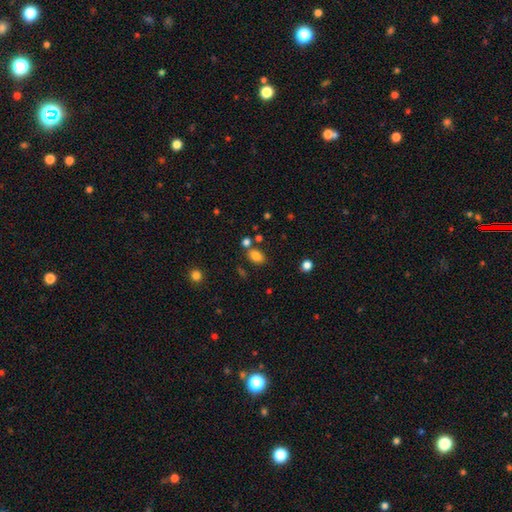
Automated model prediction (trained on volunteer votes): This is clearly a smooth galaxy (82%). How rounded: clearly in between (82%). Merging: likely none (70%).